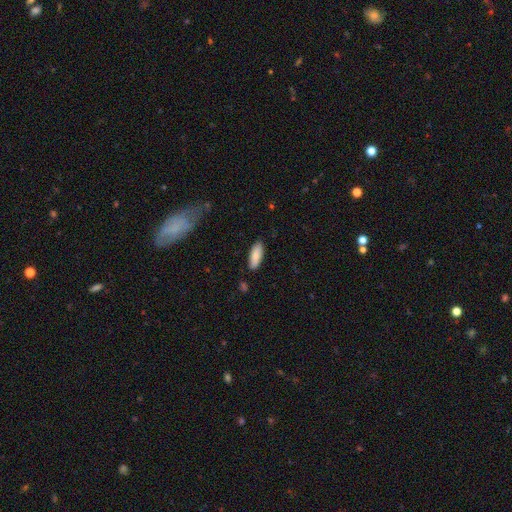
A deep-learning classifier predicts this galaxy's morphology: Smooth or featured? smooth (84%)
How rounded? in between (71%)
Merging? none (86%)